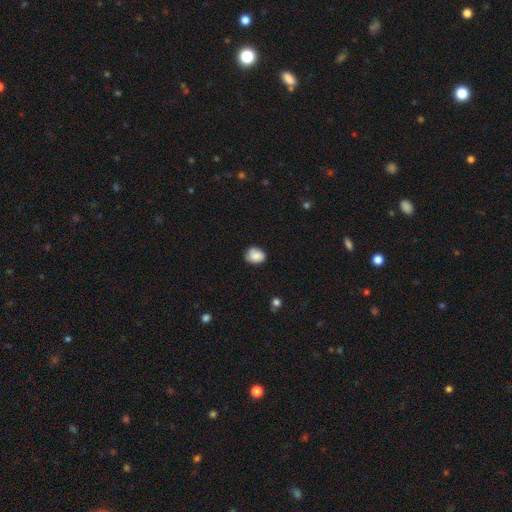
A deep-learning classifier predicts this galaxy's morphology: Smooth or featured: smooth — 80% (featured or disk — 11%)
How rounded: in between — 51% (round — 48%)
Merging: none — 70% (minor disturbance — 24%)